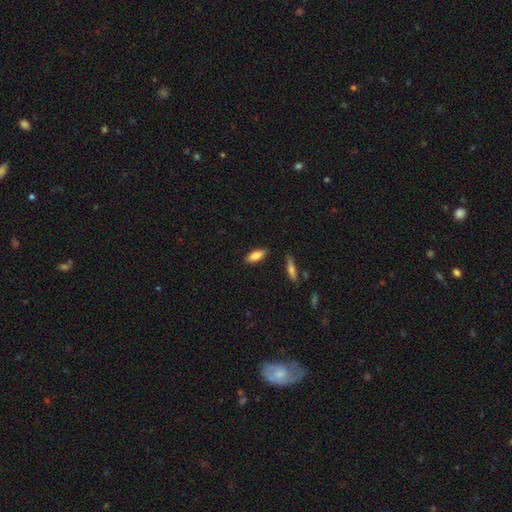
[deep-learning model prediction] The model was most divided on "how rounded": in between: 69%, cigar-shaped: 29%, round: 2%. More confident: merging — none (84%); smooth or featured — smooth (79%).